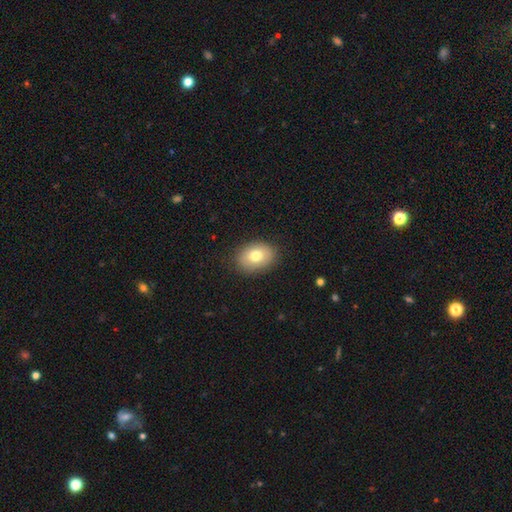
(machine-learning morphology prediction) This appears to be a smooth galaxy with no disk features (76%) that is in between round and cigar-shaped (72%). Merging: none (86%).